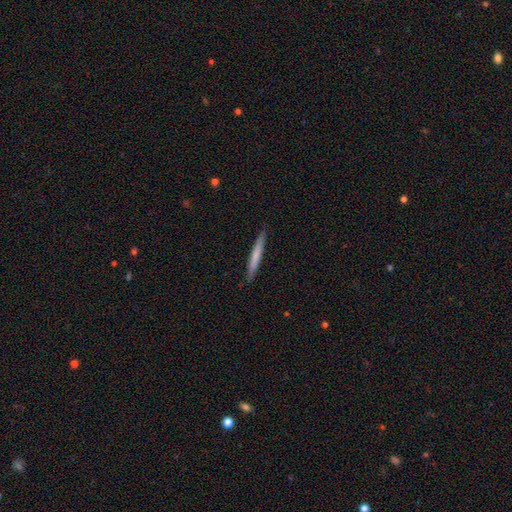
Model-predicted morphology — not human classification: Q: Smooth or featured?
A: smooth (66%); runner-up: featured or disk (28%)
Q: How rounded?
A: cigar-shaped (97%); runner-up: in between (2%)
Q: Merging?
A: none (91%); runner-up: minor disturbance (7%)